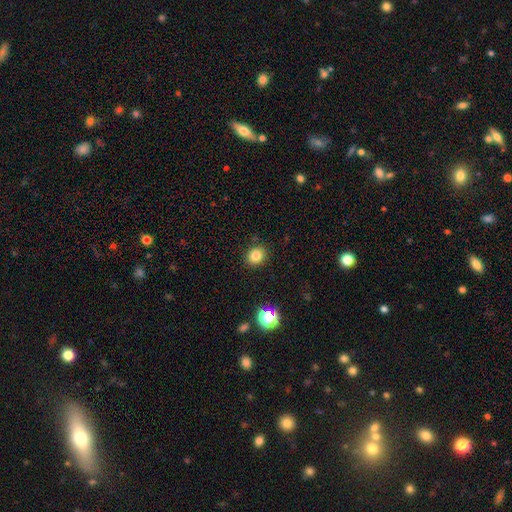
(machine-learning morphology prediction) Overall: smooth (81%). How rounded: round (73%). Merging: none (89%).